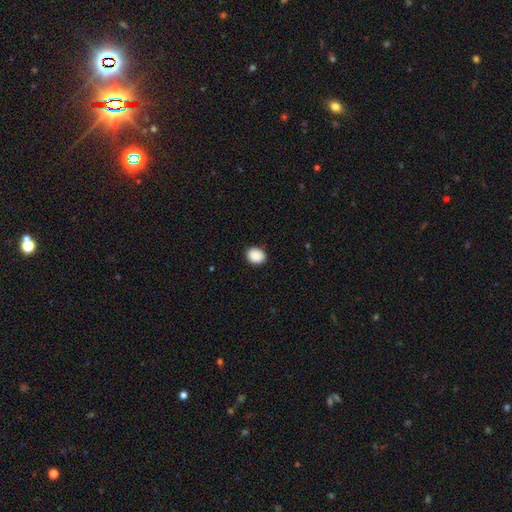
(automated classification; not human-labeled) The model was most divided on "how rounded": round: 55%, in between: 44%, cigar-shaped: 1%. More confident: smooth or featured — smooth (90%); merging — none (88%).